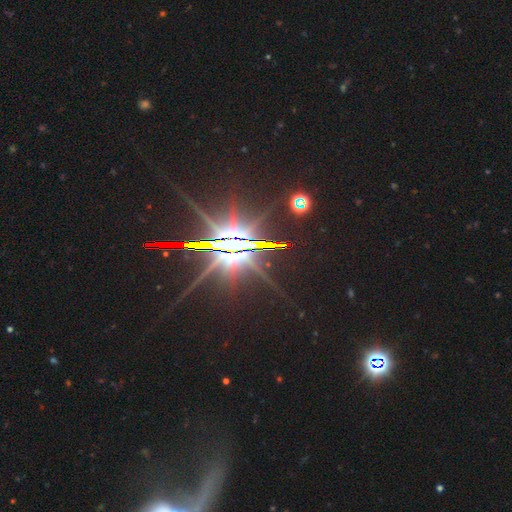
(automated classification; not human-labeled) Smooth or featured: star or artifact — 77% (featured or disk — 17%)